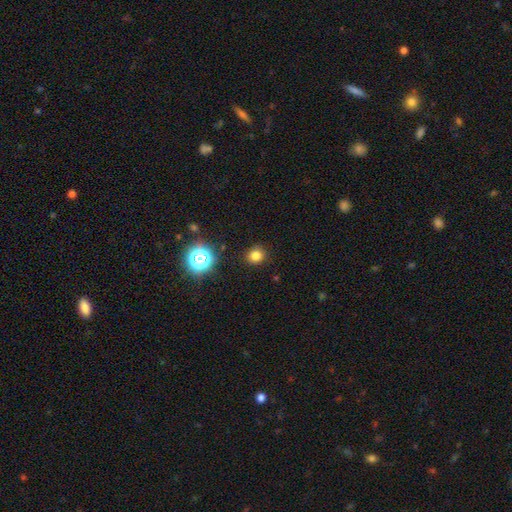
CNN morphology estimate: Smooth or featured: smooth — 78% (star or artifact — 17%)
How rounded: round — 84% (in between — 15%)
Merging: none — 89% (minor disturbance — 7%)